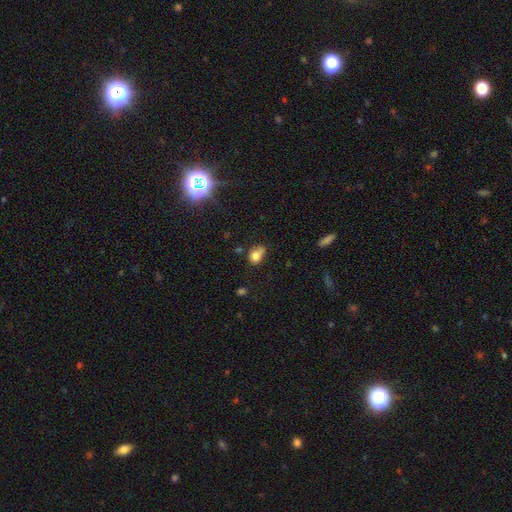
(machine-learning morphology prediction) Smooth or featured?
  - smooth: 78% *
  - star or artifact: 12%
  - featured or disk: 11%
How rounded?
  - in between: 63% *
  - round: 36%
  - cigar-shaped: 2%
Merging?
  - none: 44% *
  - minor disturbance: 33%
  - major disturbance: 11%
  - merger: 11%